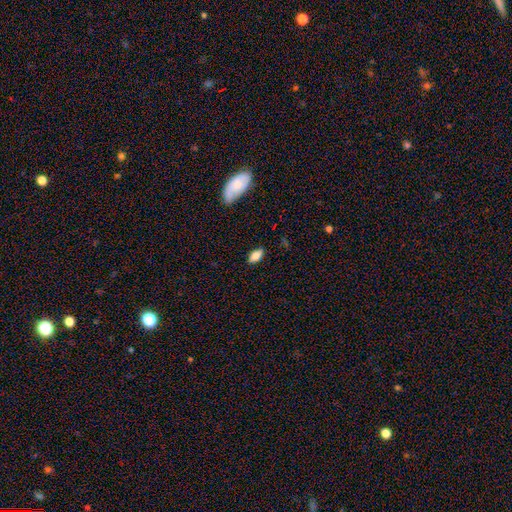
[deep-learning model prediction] A smooth galaxy with no disk features (81%) that is in between round and cigar-shaped (91%). Merging: none (84%).